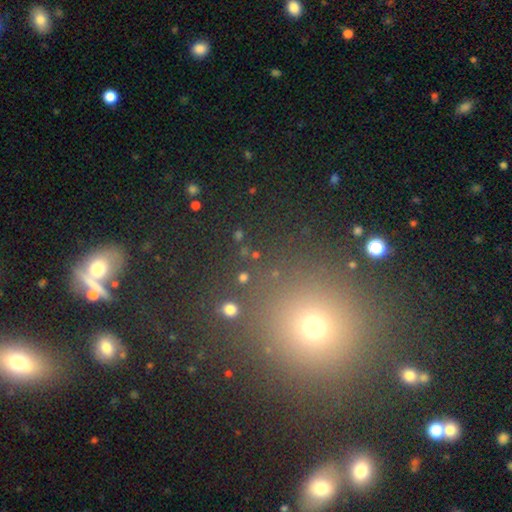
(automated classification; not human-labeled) Smooth or featured?
  - smooth: 49% *
  - star or artifact: 41%
  - featured or disk: 9%
Merging?
  - none: 83% *
  - minor disturbance: 7%
  - merger: 5%
  - major disturbance: 4%